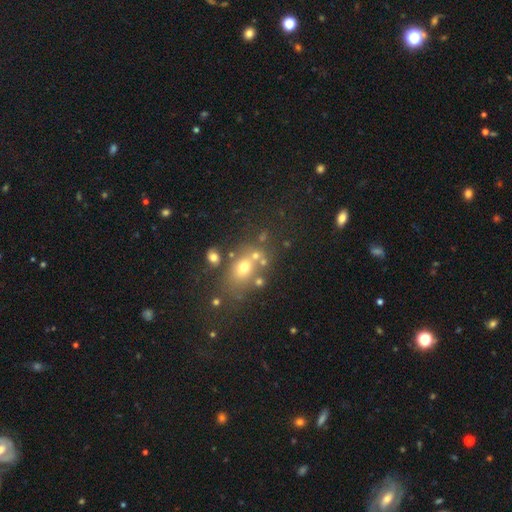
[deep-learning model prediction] smooth_or_featured: smooth (p=0.60) [alt: star or artifact p=0.21]
how_rounded: in between (p=0.53) [alt: round p=0.45]
merging: none (p=0.57) [alt: merger p=0.21]